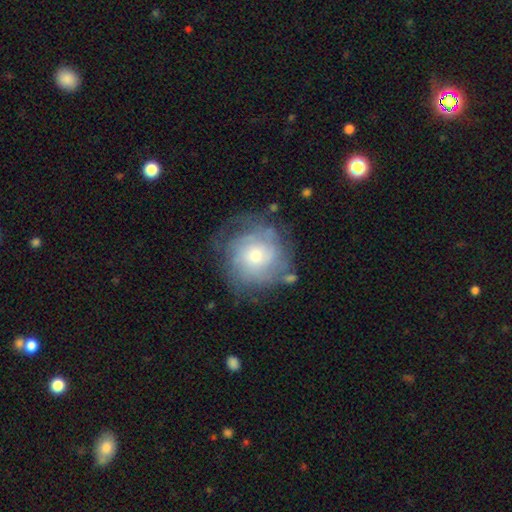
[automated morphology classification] Smooth or featured? Predicted: featured or disk (p=0.64). Edge-on disk? Predicted: no (p=0.97). Bar? Predicted: no (p=0.77). Spiral arms? Predicted: yes (p=0.80). Bulge size? Predicted: moderate (p=0.57). Merging? Predicted: none (p=0.64).